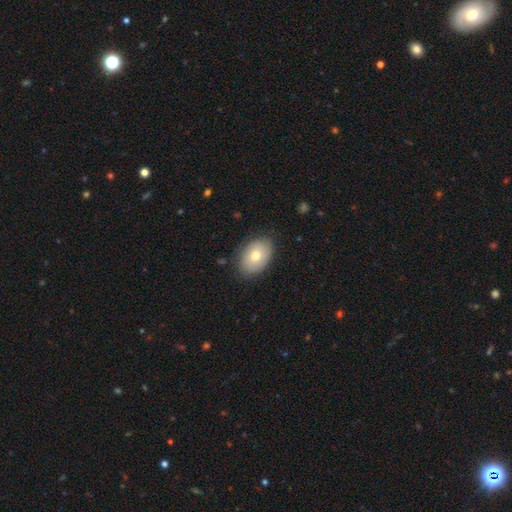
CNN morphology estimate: Smooth or featured: smooth — 70% (featured or disk — 23%)
How rounded: in between — 85% (round — 14%)
Merging: none — 81% (minor disturbance — 15%)